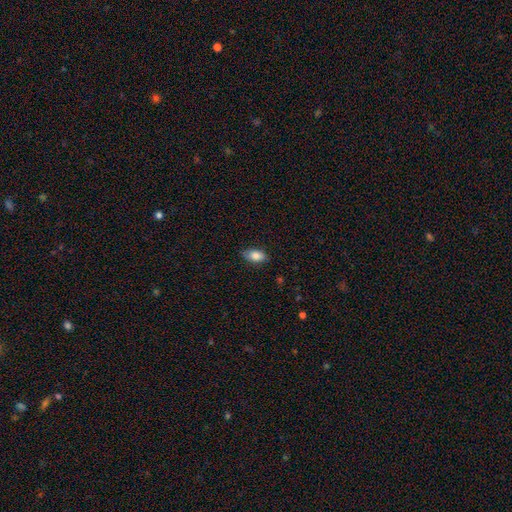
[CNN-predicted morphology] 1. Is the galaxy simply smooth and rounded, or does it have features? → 84% smooth, 9% featured or disk, 7% star or artifact.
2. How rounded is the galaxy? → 91% in between, 6% round, 3% cigar-shaped.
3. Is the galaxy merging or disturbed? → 81% none, 15% minor disturbance, 3% major disturbance, 1% merger.